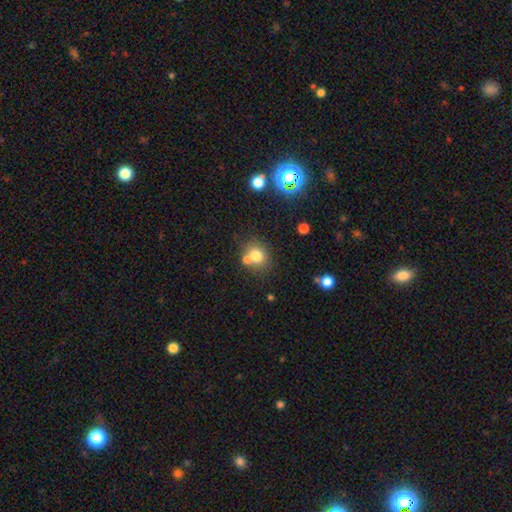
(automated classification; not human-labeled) A smooth galaxy with no disk features (74%) that is round (72%).

Vote fractions:
- Smooth or featured? smooth: 74% / star or artifact: 13% / featured or disk: 12%
- How rounded? round: 72% / in between: 27% / cigar-shaped: 1%
- Merging? none: 58% / merger: 27% / minor disturbance: 11% / major disturbance: 4%